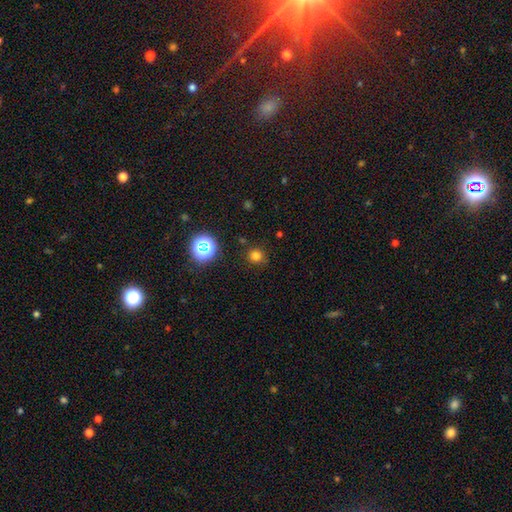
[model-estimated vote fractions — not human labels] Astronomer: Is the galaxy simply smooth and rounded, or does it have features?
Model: smooth — 76%.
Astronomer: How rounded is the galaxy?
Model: round — 92%.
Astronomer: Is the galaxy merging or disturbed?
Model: none — 87%.